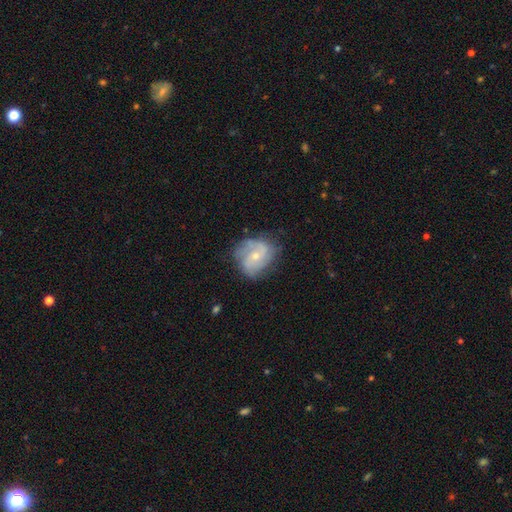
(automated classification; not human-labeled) smooth_or_featured: featured or disk (p=0.73) [alt: smooth p=0.20]
disk_edge_on: no (p=0.97) [alt: yes p=0.03]
bar: no (p=0.65) [alt: weak p=0.29]
has_spiral_arms: yes (p=0.89) [alt: no p=0.11]
spiral_winding: medium (p=0.45) [alt: tight p=0.31]
spiral_arm_count: 2 (p=0.39) [alt: 3 p=0.25]
bulge_size: small (p=0.63) [alt: moderate p=0.33]
merging: none (p=0.64) [alt: minor disturbance p=0.24]